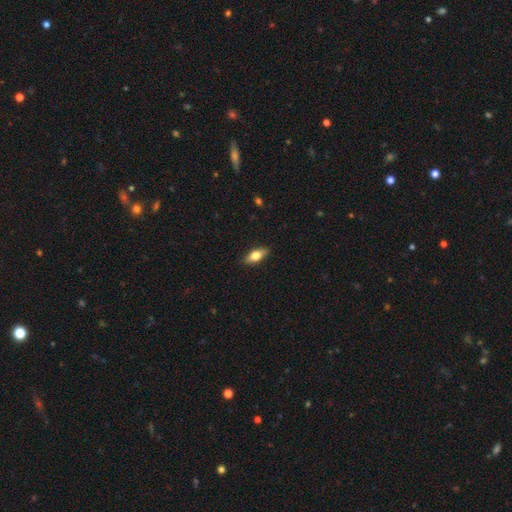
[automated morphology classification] Smooth or featured? smooth (65%)
How rounded? in between (77%)
Merging? none (87%)